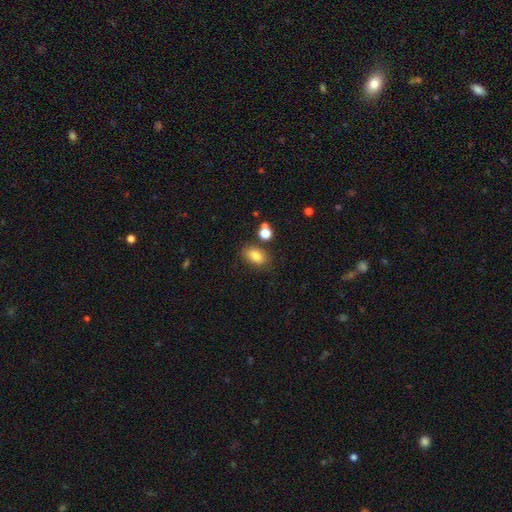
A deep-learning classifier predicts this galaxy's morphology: type=smooth (82%); roundness=in between (85%); merging=none (77%).